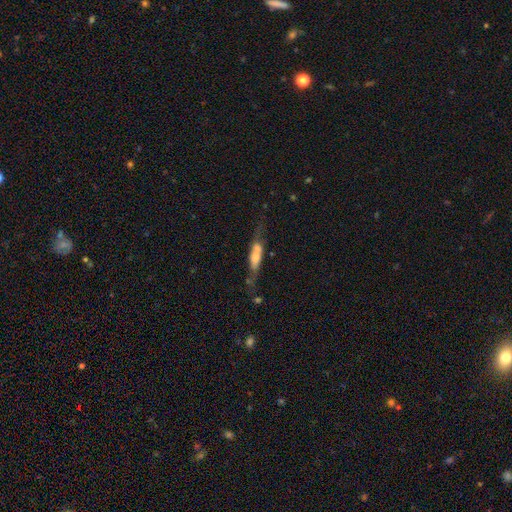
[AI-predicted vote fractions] featured or disk 50%, smooth 42%, star or artifact 8%. Down the decision tree: merging — none (45%).